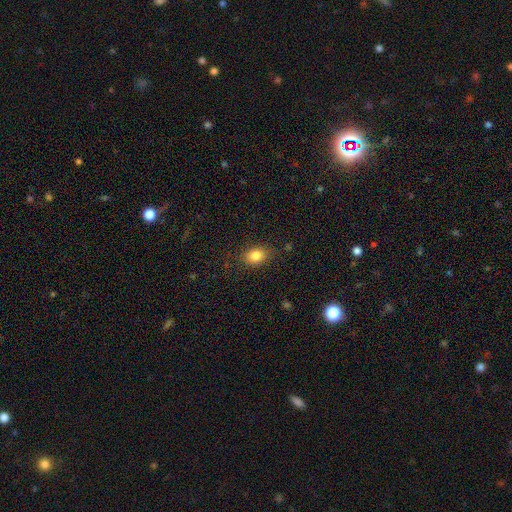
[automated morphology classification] Smooth or featured? Predicted: smooth (p=0.83). How rounded? Predicted: in between (p=0.72). Merging? Predicted: none (p=0.82).